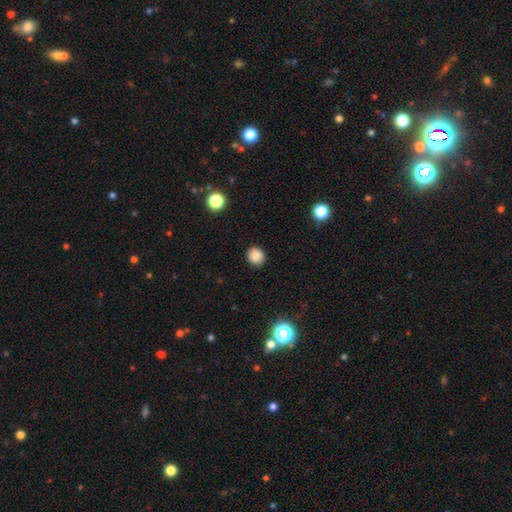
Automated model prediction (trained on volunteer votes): The model was most divided on "how rounded": round: 83%, in between: 16%, cigar-shaped: 1%. More confident: merging — none (89%); smooth or featured — smooth (86%).